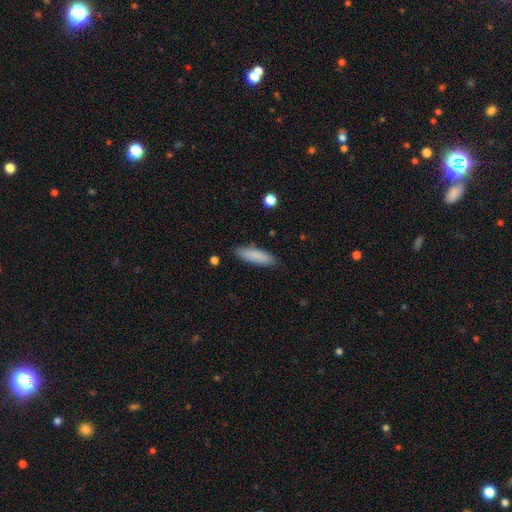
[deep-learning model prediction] Smooth or featured?
  - smooth: 87% *
  - featured or disk: 7%
  - star or artifact: 6%
How rounded?
  - cigar-shaped: 58% *
  - in between: 41%
  - round: 1%
Merging?
  - none: 87% *
  - minor disturbance: 10%
  - major disturbance: 2%
  - merger: 1%